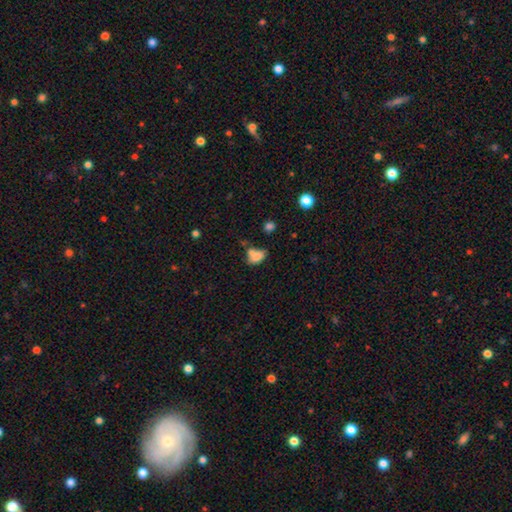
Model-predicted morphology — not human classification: smooth_or_featured: smooth (p=0.73) [alt: featured or disk p=0.16]
how_rounded: in between (p=0.81) [alt: round p=0.17]
merging: merger (p=0.42) [alt: none p=0.31]